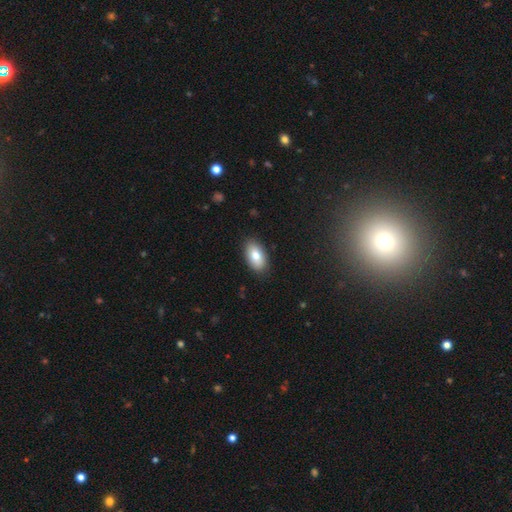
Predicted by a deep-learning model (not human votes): smooth-or-featured: smooth: 80% | featured or disk: 13% | star or artifact: 7%
  how-rounded: in between: 93% | round: 4% | cigar-shaped: 2%
  merging: none: 87% | minor disturbance: 10% | major disturbance: 2% | merger: 1%